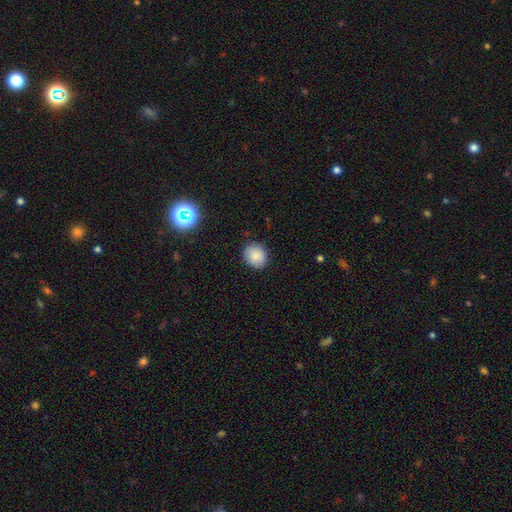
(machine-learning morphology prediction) A smooth galaxy with no disk features (86%) that is round (78%). Merging: none (87%).